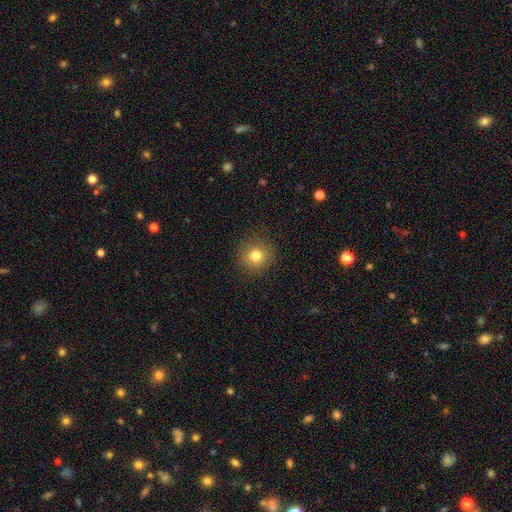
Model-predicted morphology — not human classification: type=smooth (79%); roundness=round (91%); merging=none (90%).